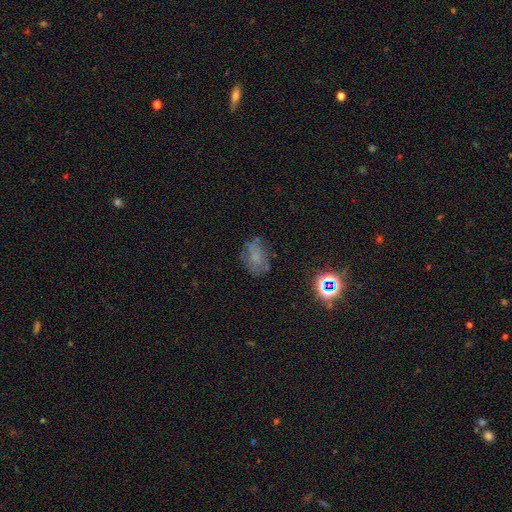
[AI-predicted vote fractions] A smooth galaxy with no disk features (44%).

Vote fractions:
- Smooth or featured? smooth: 44% / featured or disk: 34% / star or artifact: 22%
- Merging? none: 61% / minor disturbance: 23% / major disturbance: 13% / merger: 3%